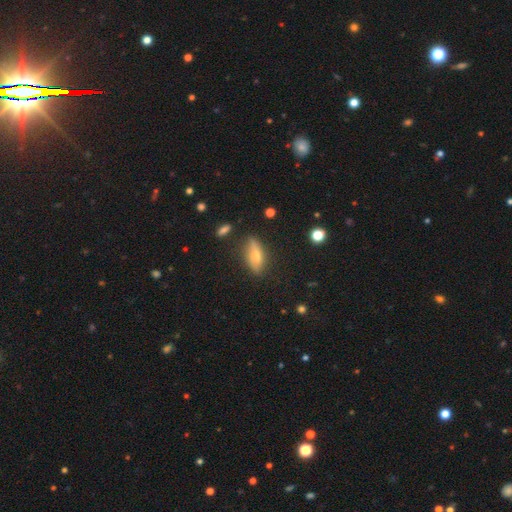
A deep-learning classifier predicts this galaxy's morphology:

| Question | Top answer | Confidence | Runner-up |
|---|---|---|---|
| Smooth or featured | smooth | 52% | featured or disk (38%) |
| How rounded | in between | 56% | cigar-shaped (41%) |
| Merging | none | 73% | minor disturbance (19%) |